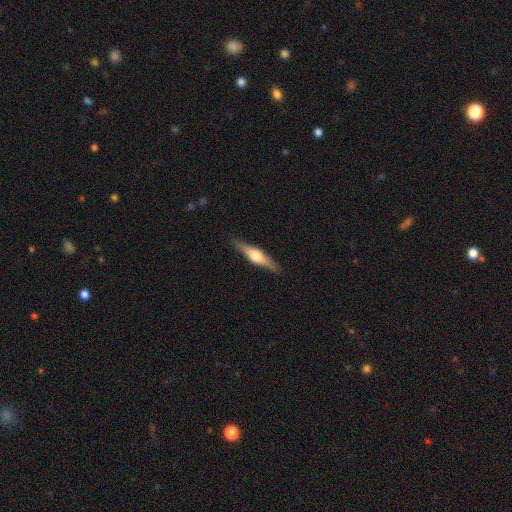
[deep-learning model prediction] A featured or disk galaxy (62%) viewed edge-on (96%) with a rounded central bulge (91%). Merging: none (89%).